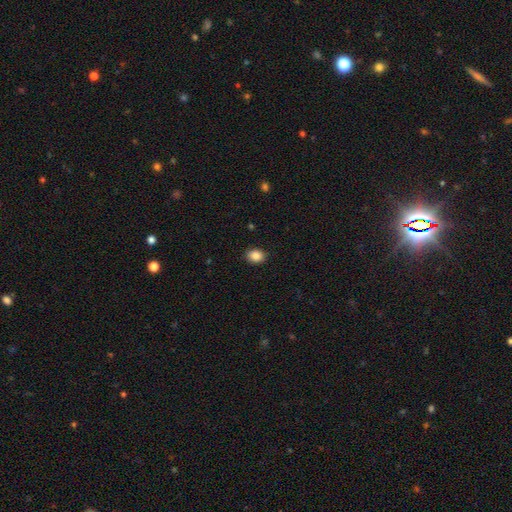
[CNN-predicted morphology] Q: Smooth or featured?
A: smooth (87%); runner-up: star or artifact (9%)
Q: How rounded?
A: in between (59%); runner-up: round (40%)
Q: Merging?
A: none (89%); runner-up: minor disturbance (8%)